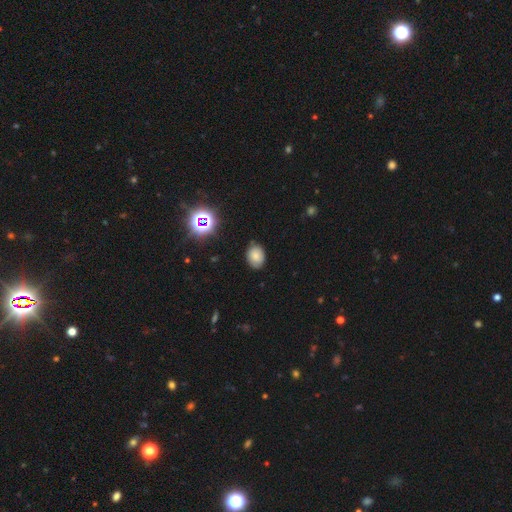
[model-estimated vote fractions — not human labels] This is likely a smooth galaxy (77%). How rounded: likely in between (69%). Merging: clearly none (81%).